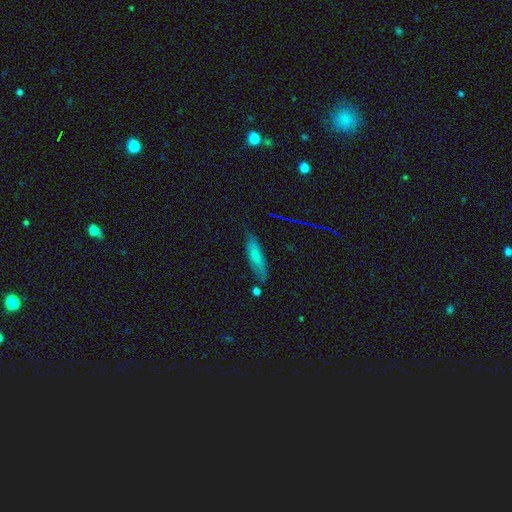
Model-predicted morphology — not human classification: smooth_or_featured: smooth (p=0.68) [alt: featured or disk p=0.21]
how_rounded: cigar-shaped (p=0.62) [alt: in between p=0.35]
merging: none (p=0.72) [alt: minor disturbance p=0.20]